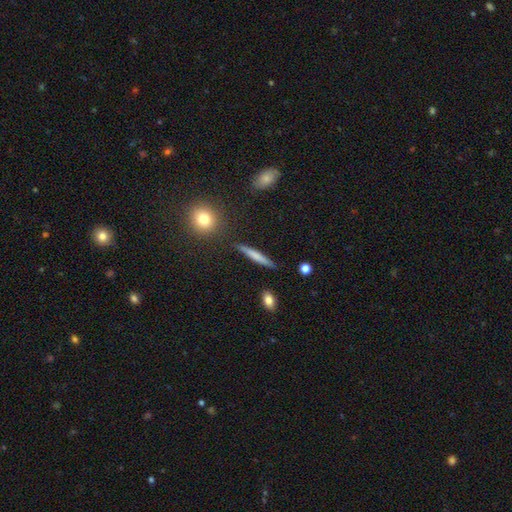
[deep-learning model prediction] Smooth or featured?
  - smooth: 61% *
  - featured or disk: 32%
  - star or artifact: 7%
How rounded?
  - cigar-shaped: 92% *
  - in between: 5%
  - round: 2%
Merging?
  - none: 87% *
  - minor disturbance: 9%
  - major disturbance: 2%
  - merger: 2%